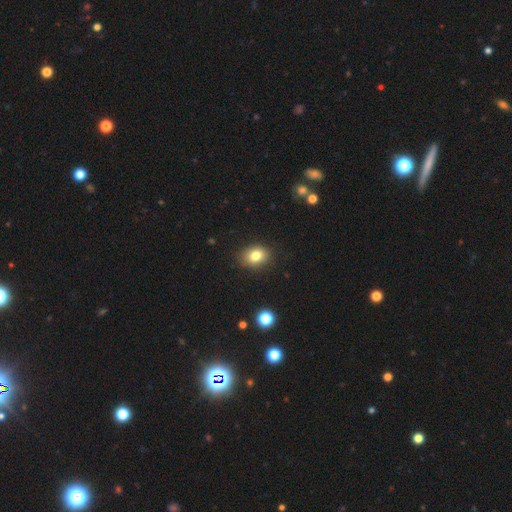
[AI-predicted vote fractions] This is clearly a smooth galaxy (81%). How rounded: likely in between (65%). Merging: clearly none (86%).